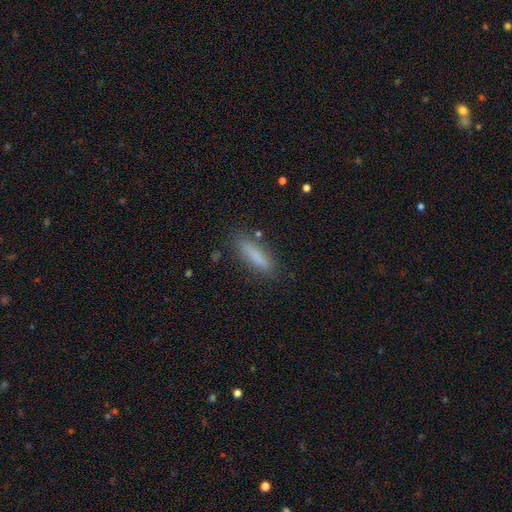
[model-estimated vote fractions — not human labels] smooth_or_featured: smooth (p=0.80) [alt: featured or disk p=0.12]
how_rounded: cigar-shaped (p=0.73) [alt: in between p=0.25]
merging: none (p=0.83) [alt: minor disturbance p=0.12]